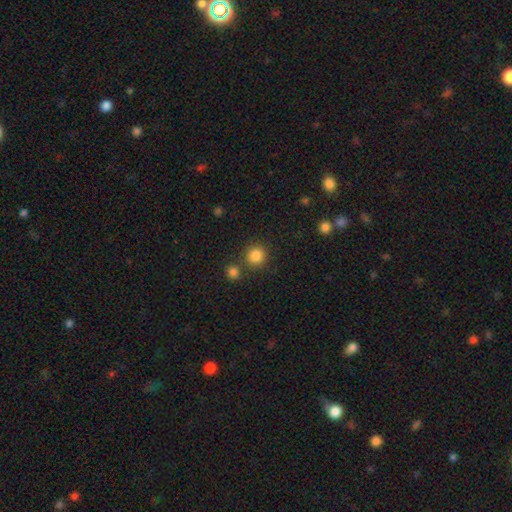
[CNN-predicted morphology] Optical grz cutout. It shows a smooth galaxy with no disk features (84%) that is round (93%). Merging: none (82%).